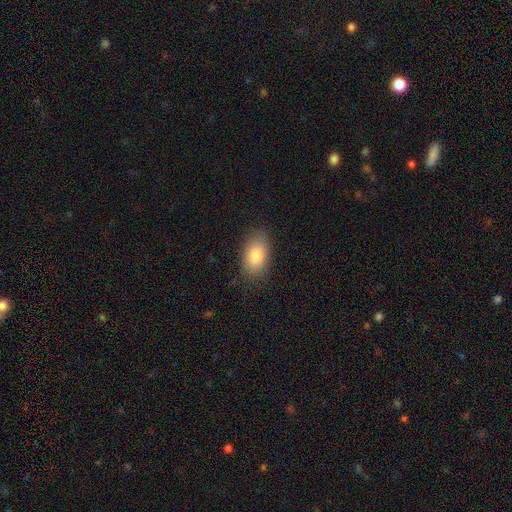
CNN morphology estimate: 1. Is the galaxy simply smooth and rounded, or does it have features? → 82% smooth, 10% featured or disk, 8% star or artifact.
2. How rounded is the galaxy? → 91% in between, 8% round, 2% cigar-shaped.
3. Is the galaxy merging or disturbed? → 85% none, 11% minor disturbance, 3% major disturbance, 1% merger.